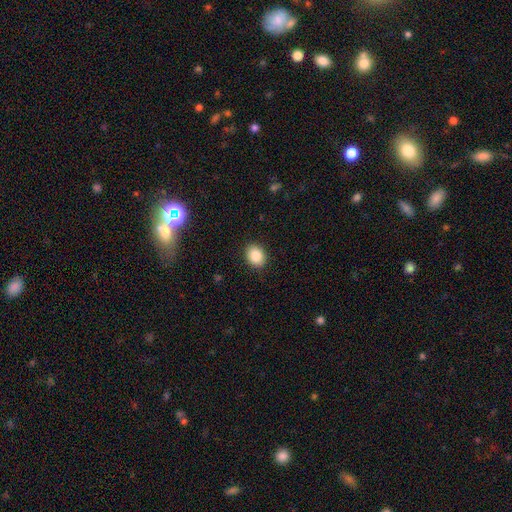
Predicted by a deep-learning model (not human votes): Smooth or featured?
  - smooth: 85% *
  - star or artifact: 9%
  - featured or disk: 6%
How rounded?
  - round: 51% *
  - in between: 48%
  - cigar-shaped: 1%
Merging?
  - none: 90% *
  - minor disturbance: 7%
  - major disturbance: 2%
  - merger: 1%